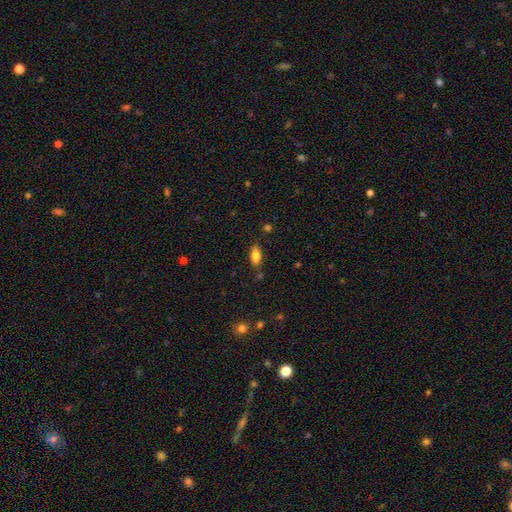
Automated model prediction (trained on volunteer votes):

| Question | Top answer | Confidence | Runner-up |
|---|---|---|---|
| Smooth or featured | smooth | 81% | featured or disk (11%) |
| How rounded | in between | 85% | cigar-shaped (12%) |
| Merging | none | 79% | minor disturbance (14%) |